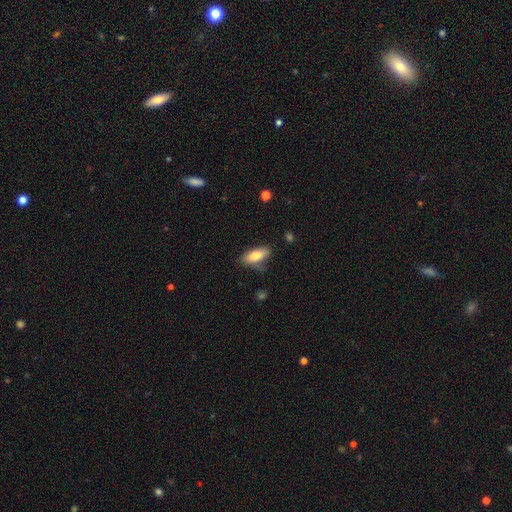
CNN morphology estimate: Smooth or featured: smooth — 77% (featured or disk — 16%)
How rounded: in between — 79% (cigar-shaped — 19%)
Merging: none — 71% (minor disturbance — 21%)